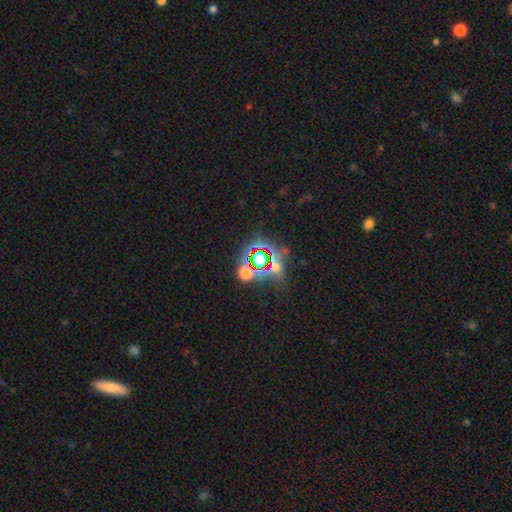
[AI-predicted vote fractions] Smooth or featured: star or artifact — 76% (smooth — 14%)